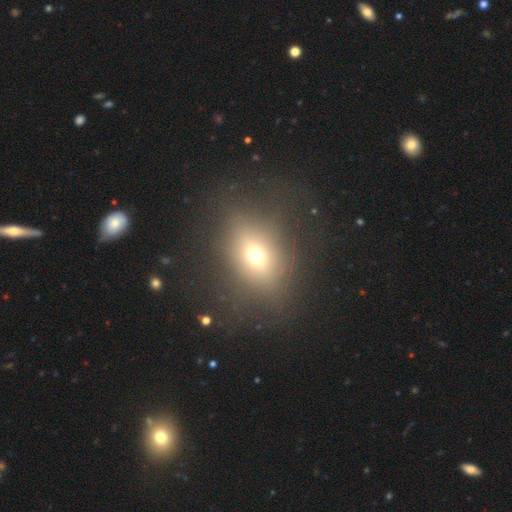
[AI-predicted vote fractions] smooth_or_featured: smooth (p=0.63) [alt: featured or disk p=0.19]
how_rounded: in between (p=0.52) [alt: round p=0.45]
merging: none (p=0.74) [alt: minor disturbance p=0.13]